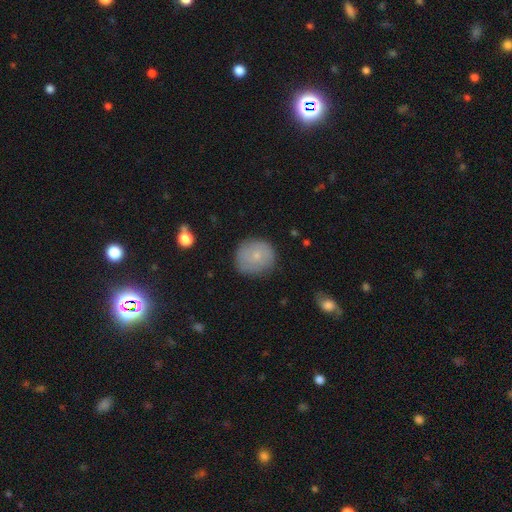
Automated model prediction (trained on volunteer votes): Smooth or featured?
  - smooth: 66% *
  - featured or disk: 25%
  - star or artifact: 9%
How rounded?
  - round: 87% *
  - in between: 12%
  - cigar-shaped: 1%
Merging?
  - none: 77% *
  - minor disturbance: 17%
  - major disturbance: 4%
  - merger: 1%